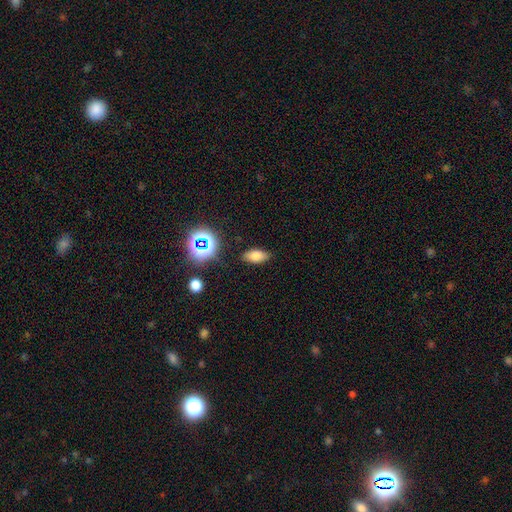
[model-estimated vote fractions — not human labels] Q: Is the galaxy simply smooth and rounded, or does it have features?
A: smooth — 75%.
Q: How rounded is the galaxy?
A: in between — 88%.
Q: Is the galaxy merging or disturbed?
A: none — 84%.